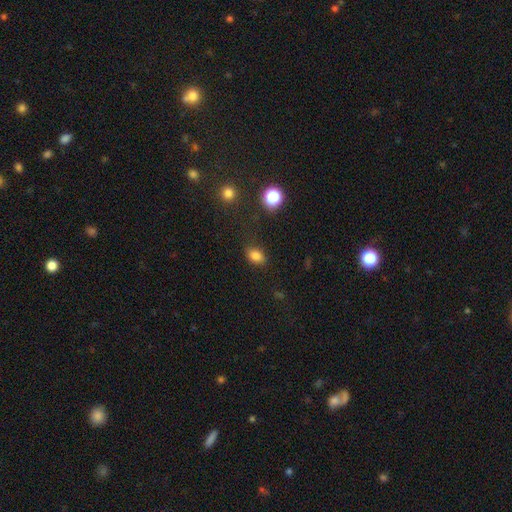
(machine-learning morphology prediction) This appears to be a smooth galaxy with no disk features (81%) that is in between round and cigar-shaped (77%). Merging: none (78%).